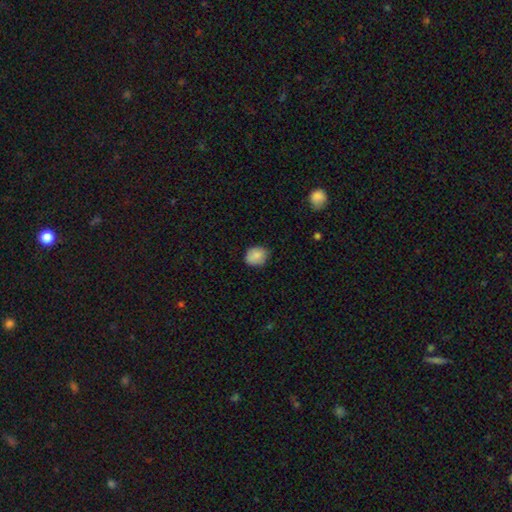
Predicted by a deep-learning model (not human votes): Overall: smooth (86%). How rounded: round (59%; in between 40%). Merging: none (78%).